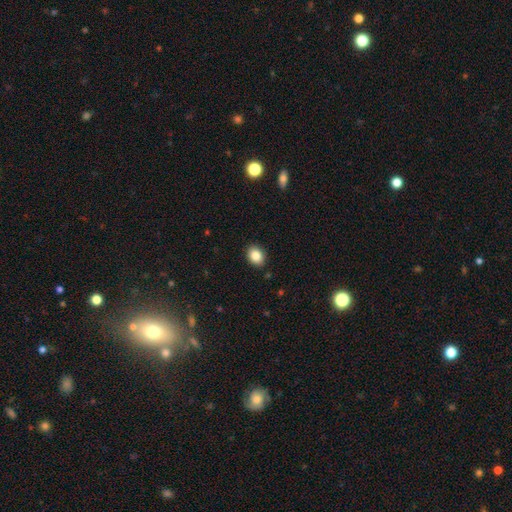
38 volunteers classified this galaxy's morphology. Smooth or featured? smooth (87%)
How rounded? in between (67%)
Merging? none (92%)